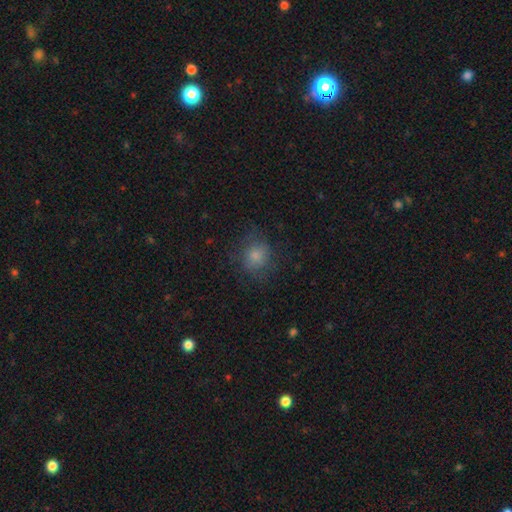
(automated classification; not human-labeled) smooth 67%, star or artifact 17%, featured or disk 16%. Down the decision tree: how rounded — round (74%); merging — none (73%).